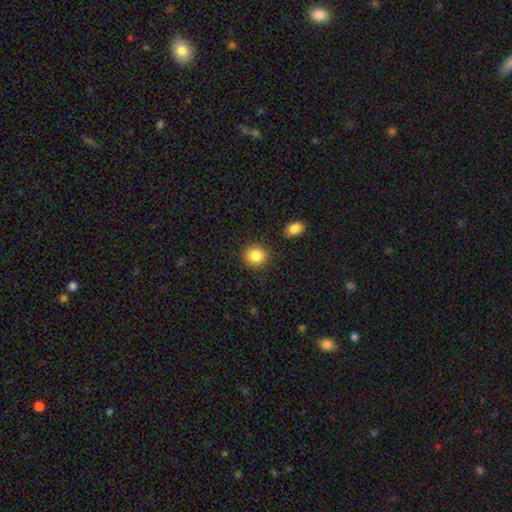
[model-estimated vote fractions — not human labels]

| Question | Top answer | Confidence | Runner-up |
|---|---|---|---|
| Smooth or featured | smooth | 86% | star or artifact (9%) |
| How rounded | round | 88% | in between (11%) |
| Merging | none | 86% | minor disturbance (8%) |